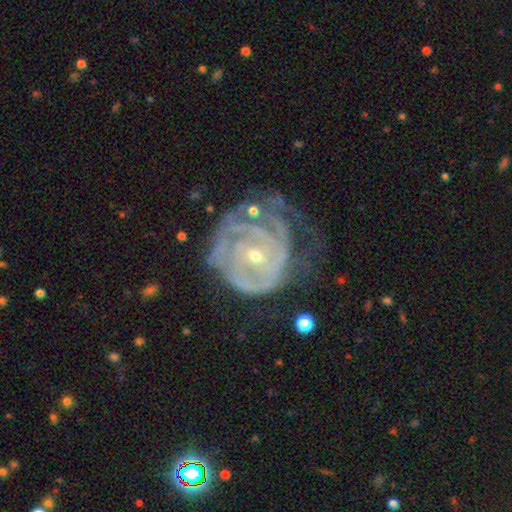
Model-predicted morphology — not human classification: smooth-or-featured: featured or disk: 85% | smooth: 9% | star or artifact: 6%
  disk-edge-on: no: 97% | yes: 3%
    bar: no: 65% | weak: 26% | strong: 9%
    has-spiral-arms: yes: 91% | no: 9%
      spiral-winding: tight: 73% | medium: 21% | loose: 6%
      spiral-arm-count: can't tell: 40% | 3: 20% | 2: 17% | 4: 11% | 1: 7% | more than 4: 6%
    bulge-size: small: 70% | moderate: 27% | large: 1% | none: 1% | dominant: 1%
  merging: none: 41% | major disturbance: 29% | minor disturbance: 26% | merger: 3%